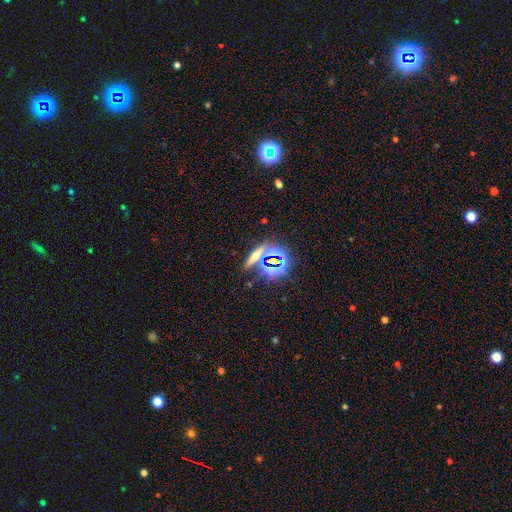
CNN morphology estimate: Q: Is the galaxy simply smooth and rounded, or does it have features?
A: star or artifact — 39%.